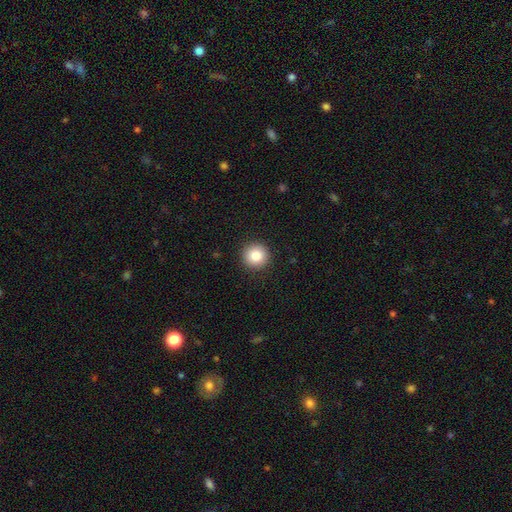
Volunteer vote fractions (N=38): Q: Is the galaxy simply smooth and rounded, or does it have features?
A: smooth — 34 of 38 (89%).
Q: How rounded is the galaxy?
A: round — 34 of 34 (100%).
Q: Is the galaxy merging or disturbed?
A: none — 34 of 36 (94%).